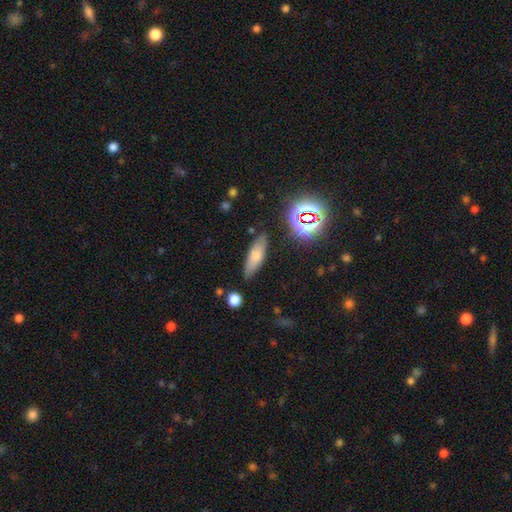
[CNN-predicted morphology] smooth-or-featured: smooth: 61% | featured or disk: 22% | star or artifact: 17%
  how-rounded: in between: 50% | cigar-shaped: 45% | round: 5%
  merging: none: 83% | minor disturbance: 11% | major disturbance: 3% | merger: 2%